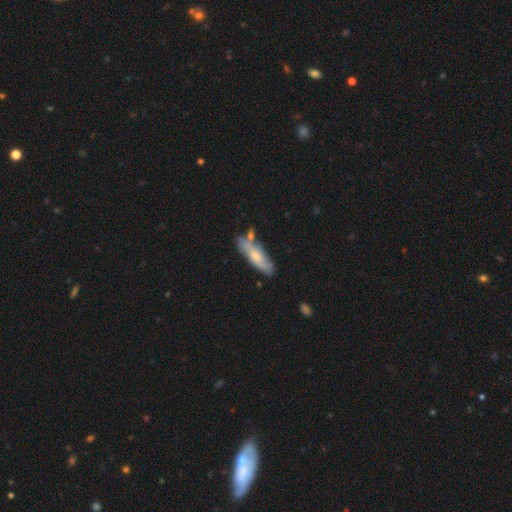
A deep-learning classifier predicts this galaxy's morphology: smooth_or_featured: smooth (p=0.49) [alt: featured or disk p=0.45]
merging: none (p=0.64) [alt: minor disturbance p=0.20]